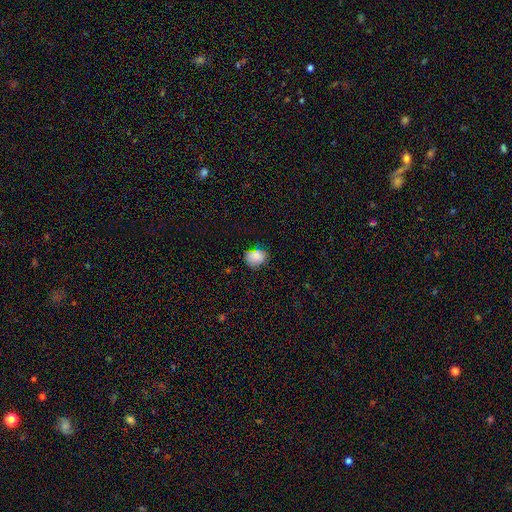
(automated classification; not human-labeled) Morphology: type=smooth (82%); roundness=in between (59%); merging=none (61%).